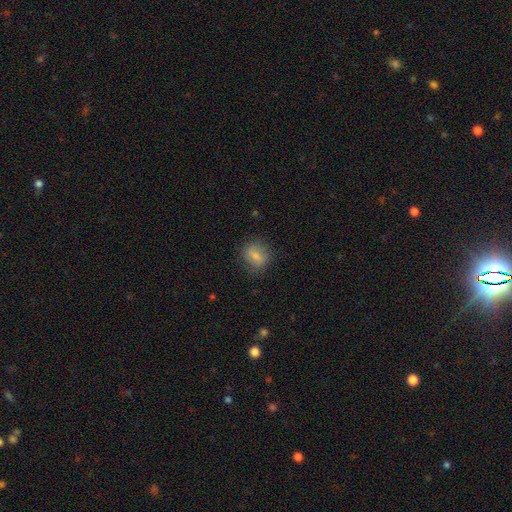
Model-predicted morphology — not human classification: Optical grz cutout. It shows a smooth galaxy with no disk features (76%) that is round (54%). Merging: none (77%).